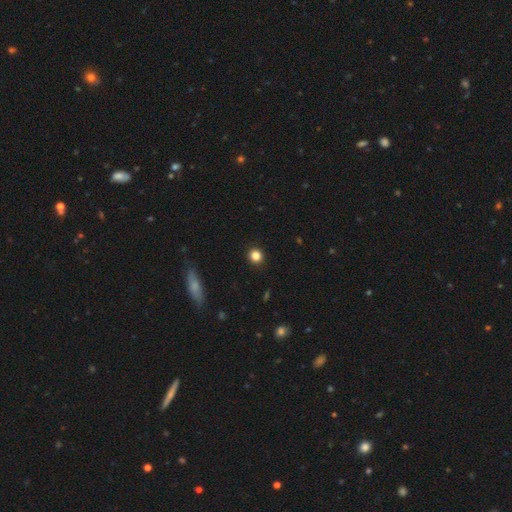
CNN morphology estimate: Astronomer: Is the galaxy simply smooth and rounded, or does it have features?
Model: smooth — 84%.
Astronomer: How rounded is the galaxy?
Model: round — 92%.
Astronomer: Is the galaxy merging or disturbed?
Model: none — 92%.